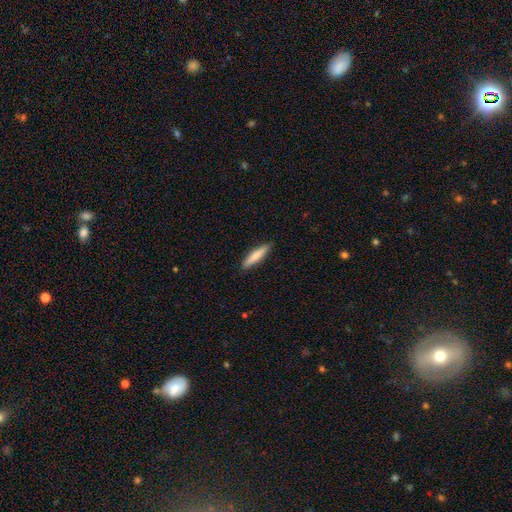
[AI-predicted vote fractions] This is likely a smooth galaxy (77%). How rounded: clearly cigar-shaped (85%). Merging: clearly none (90%).